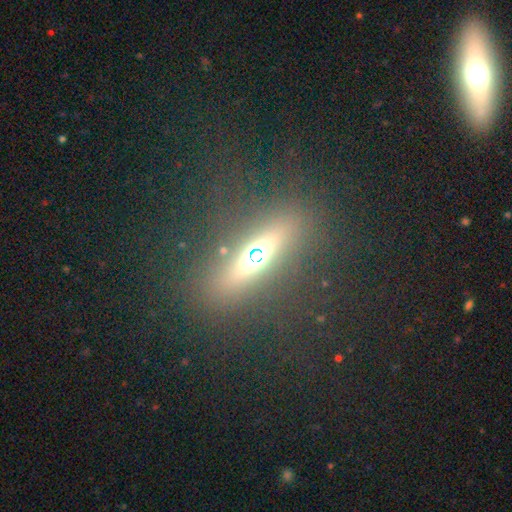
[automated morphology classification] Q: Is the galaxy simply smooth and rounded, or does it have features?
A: featured or disk — 42%.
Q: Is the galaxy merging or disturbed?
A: none — 81%.